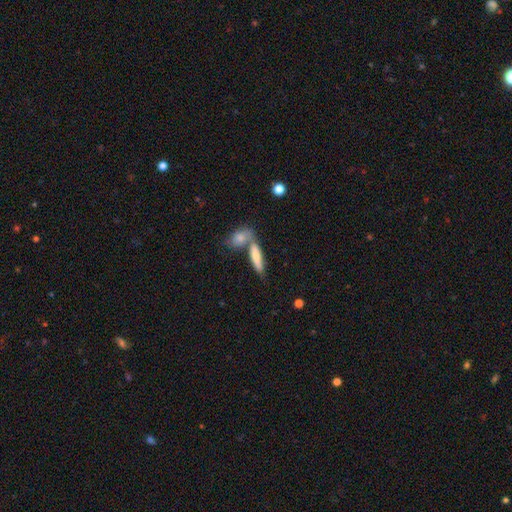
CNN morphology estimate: Overall: smooth (71%). How rounded: cigar-shaped (65%; in between 33%). Merging: none (48%; merger 39%).